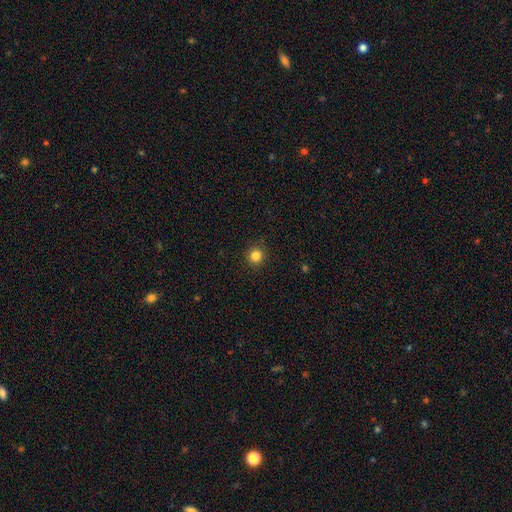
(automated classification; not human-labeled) Smooth or featured?
  - smooth: 84% *
  - star or artifact: 12%
  - featured or disk: 4%
How rounded?
  - round: 93% *
  - in between: 6%
  - cigar-shaped: 1%
Merging?
  - none: 91% *
  - minor disturbance: 6%
  - major disturbance: 2%
  - merger: 1%